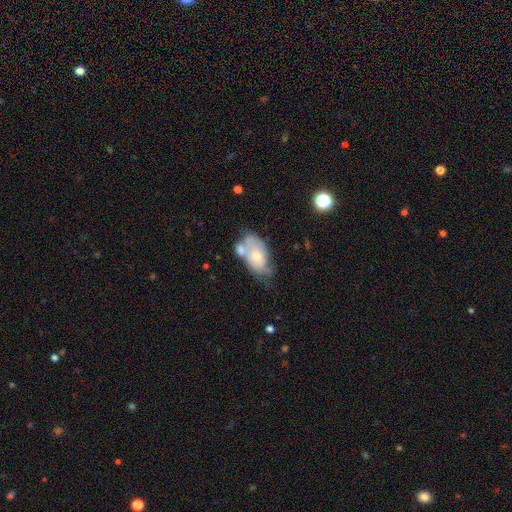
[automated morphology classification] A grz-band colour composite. It shows a featured or disk galaxy (48%). Merging: merger (36%).